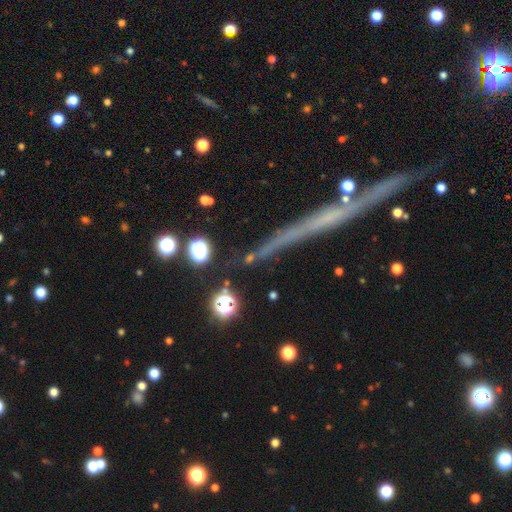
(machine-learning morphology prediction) Smooth or featured? featured or disk (44%)
Merging? none (85%)